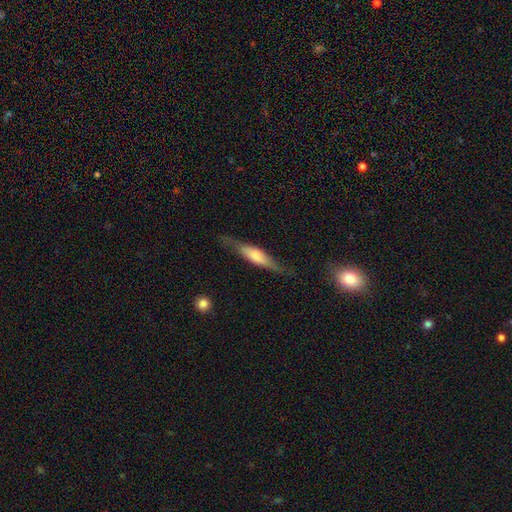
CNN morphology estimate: smooth 47% (tied), featured or disk 47% (tied), star or artifact 6%. Down the decision tree: merging — none (76%).